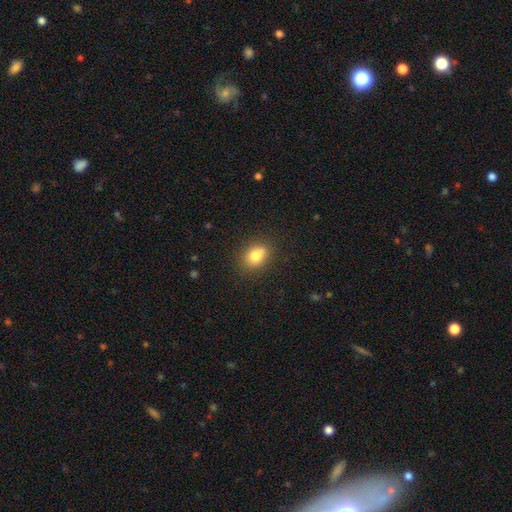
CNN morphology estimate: type=smooth (78%); roundness=in between (65%); merging=none (76%).